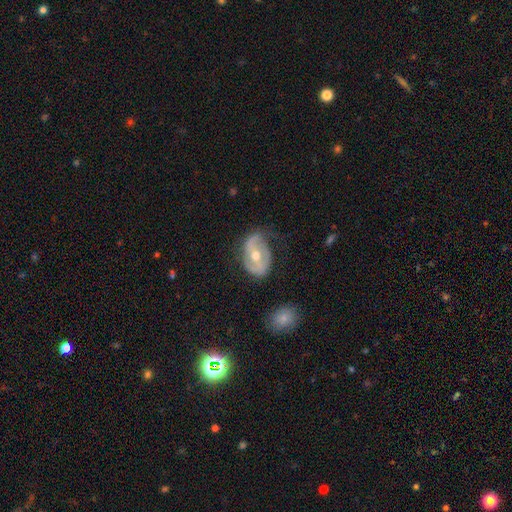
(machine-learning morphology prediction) Q: Smooth or featured?
A: featured or disk (74%); runner-up: smooth (19%)
Q: Edge-on disk?
A: no (96%); runner-up: yes (4%)
Q: Bar?
A: no (44%); runner-up: weak (34%)
Q: Spiral arms?
A: yes (79%); runner-up: no (21%)
Q: Spiral winding?
A: medium (39%); runner-up: loose (33%)
Q: Spiral arm count?
A: 2 (67%); runner-up: 1 (16%)
Q: Bulge size?
A: moderate (67%); runner-up: small (30%)
Q: Merging?
A: none (52%); runner-up: minor disturbance (30%)